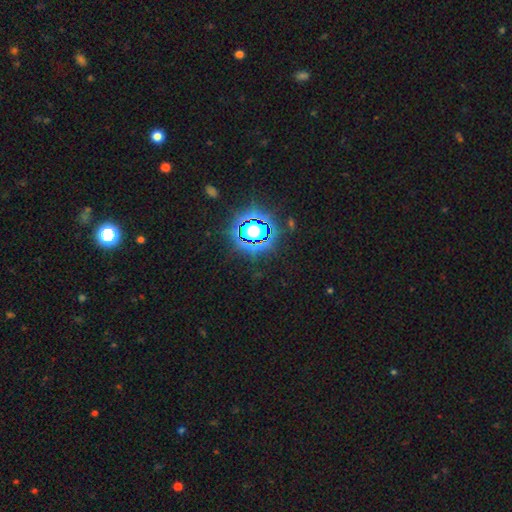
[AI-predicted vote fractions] star or artifact 81%, smooth 12%, featured or disk 7%.